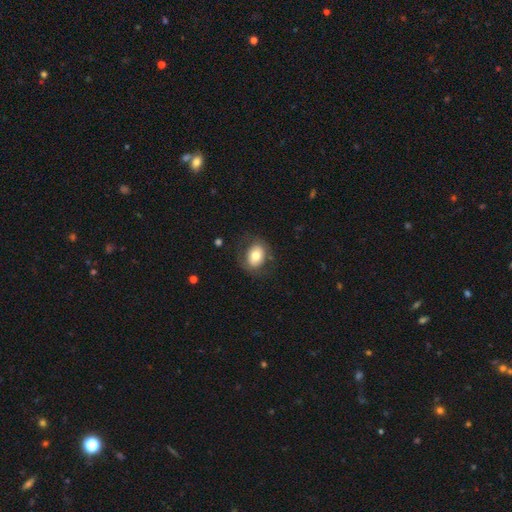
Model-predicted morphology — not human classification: The model was most divided on "how rounded": in between: 56%, round: 43%, cigar-shaped: 1%. More confident: merging — none (76%); smooth or featured — smooth (71%).